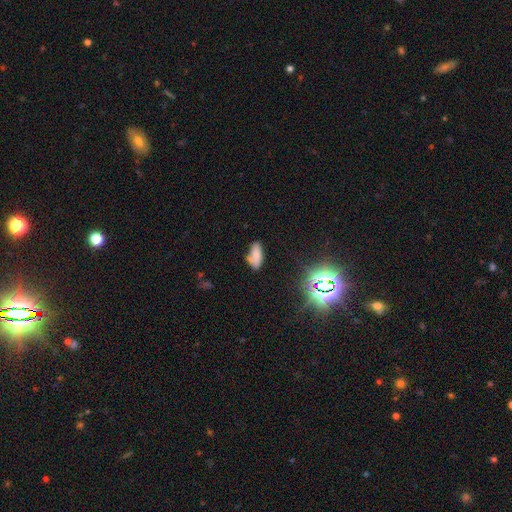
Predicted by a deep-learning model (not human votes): This appears to be a smooth galaxy with no disk features (71%) that is in between round and cigar-shaped (86%). Merging: none (57%).